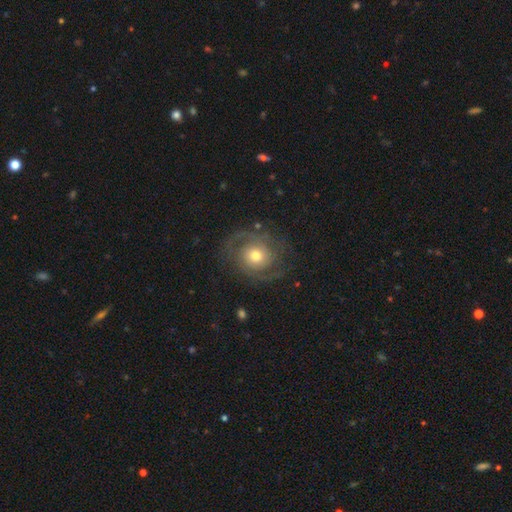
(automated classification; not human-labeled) This is likely a featured or disk galaxy (75%). It is clearly not viewed edge-on (97%). Bar: likely no (78%). Spiral arm pattern: clearly yes (91%). Spiral arm count: likely 2 (62%). Spiral winding: marginally tight (44%). Central bulge: likely moderate (63%). Merging: likely none (74%).